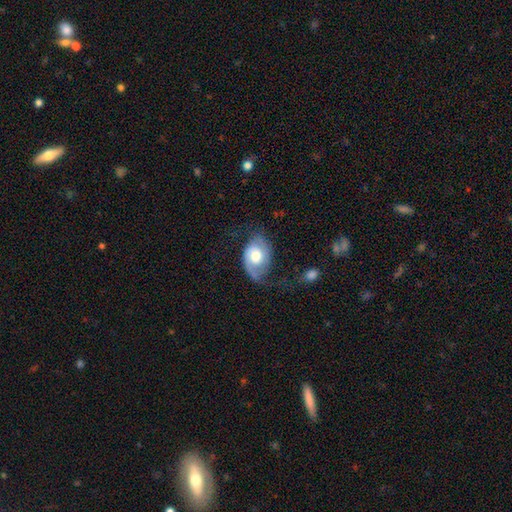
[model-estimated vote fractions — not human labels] A featured or disk galaxy (62%) with no bar (69%), spiral arms (83%) and a moderate central bulge (62%).

Vote fractions:
- Smooth or featured? featured or disk: 62% / smooth: 32% / star or artifact: 6%
- Edge-on disk? no: 96% / yes: 4%
- Bar? no: 69% / weak: 26% / strong: 5%
- Spiral arms? yes: 83% / no: 17%
- Bulge size? moderate: 62% / large: 27% / small: 8% / dominant: 2% / none: 1%
- Merging? none: 45% / minor disturbance: 30% / major disturbance: 23% / merger: 2%